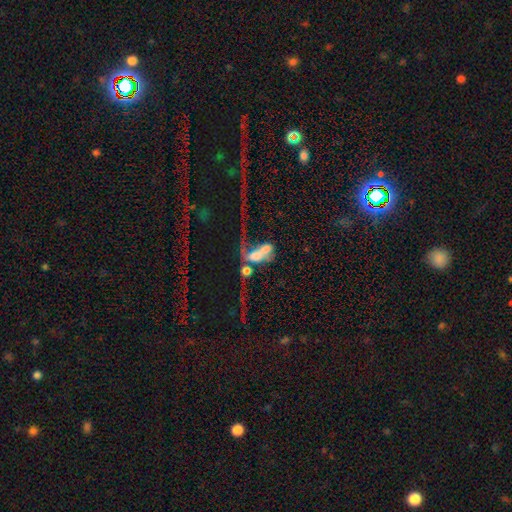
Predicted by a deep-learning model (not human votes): Smooth or featured? Predicted: featured or disk (p=0.52). Edge-on disk? Predicted: no (p=0.92). Merging? Predicted: merger (p=0.61).